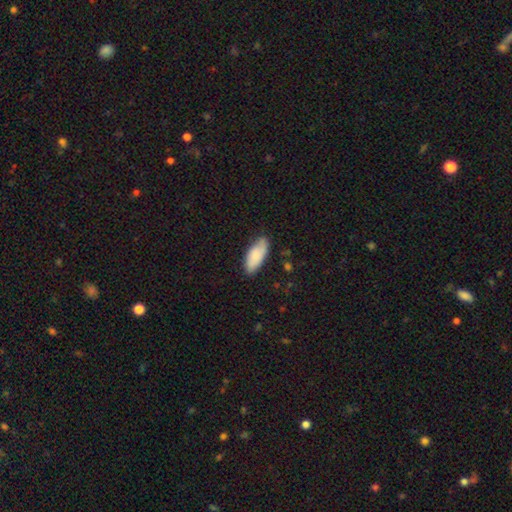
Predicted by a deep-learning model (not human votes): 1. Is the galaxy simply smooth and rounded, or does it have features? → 82% smooth, 12% featured or disk, 6% star or artifact.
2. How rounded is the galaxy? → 85% in between, 13% cigar-shaped, 2% round.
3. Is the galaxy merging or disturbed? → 75% none, 20% minor disturbance, 3% major disturbance, 1% merger.